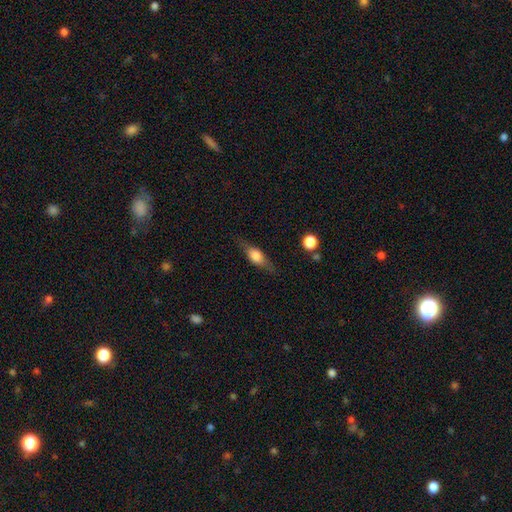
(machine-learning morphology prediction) featured or disk 48%, smooth 45%, star or artifact 7%. Down the decision tree: merging — none (78%).